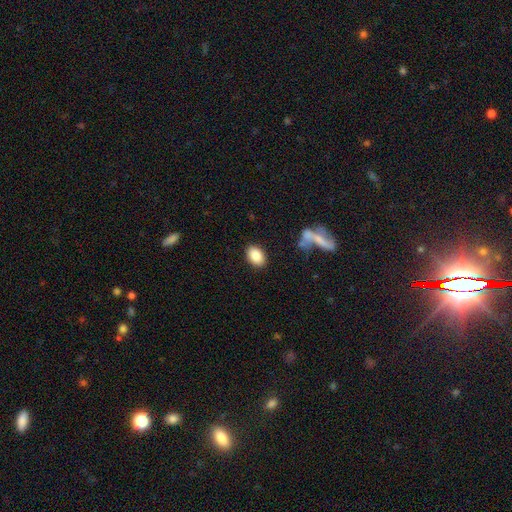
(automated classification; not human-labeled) Smooth or featured?
  - smooth: 87% *
  - star or artifact: 8%
  - featured or disk: 6%
How rounded?
  - in between: 84% *
  - round: 15%
  - cigar-shaped: 1%
Merging?
  - none: 86% *
  - minor disturbance: 9%
  - major disturbance: 3%
  - merger: 2%